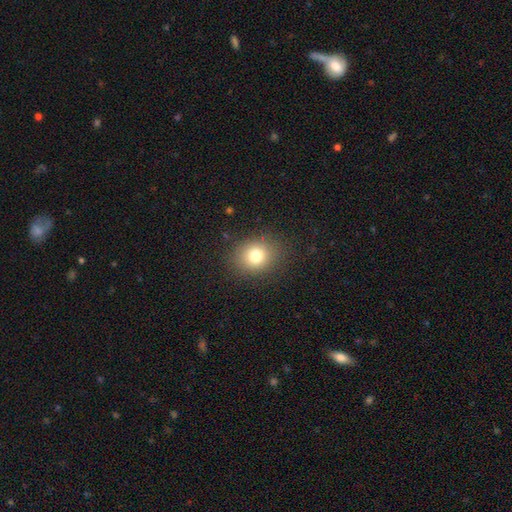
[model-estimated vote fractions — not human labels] Smooth or featured: smooth — 78% (star or artifact — 13%)
How rounded: round — 67% (in between — 32%)
Merging: none — 86% (minor disturbance — 9%)